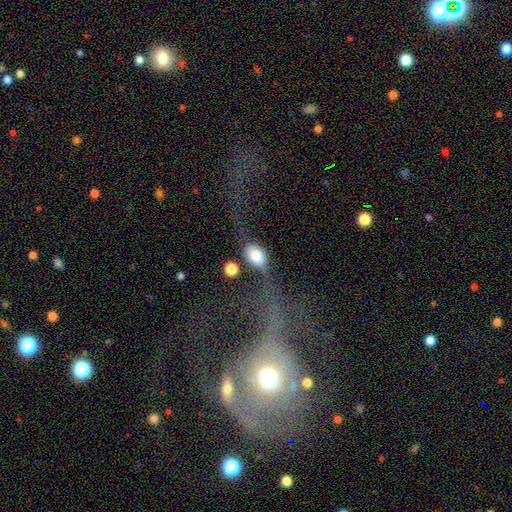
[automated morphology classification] smooth 68%, featured or disk 23%, star or artifact 9%. Down the decision tree: how rounded — in between (76%); merging — none (34%).